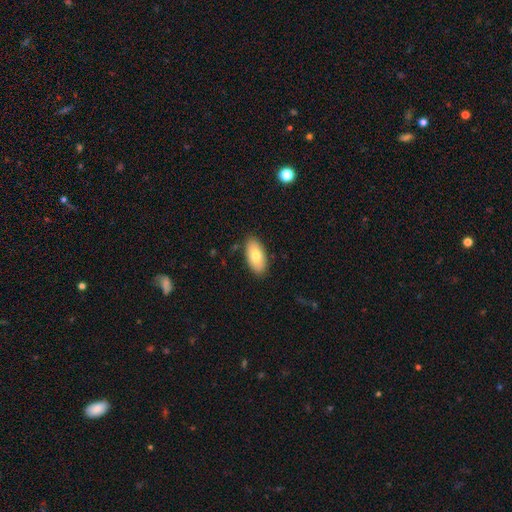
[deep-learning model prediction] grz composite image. It shows a smooth galaxy with no disk features (76%) that is in between round and cigar-shaped (93%). Merging: none (86%).